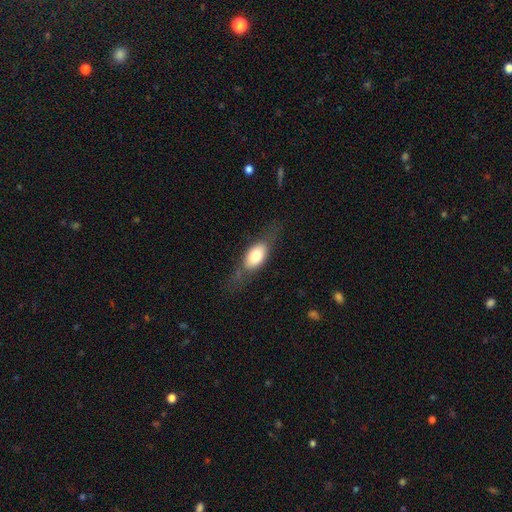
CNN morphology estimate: A smooth galaxy with no disk features (64%) that is in between round and cigar-shaped (81%).

Vote fractions:
- Smooth or featured? smooth: 64% / featured or disk: 29% / star or artifact: 7%
- How rounded? in between: 81% / cigar-shaped: 13% / round: 6%
- Merging? none: 66% / minor disturbance: 20% / major disturbance: 12% / merger: 2%